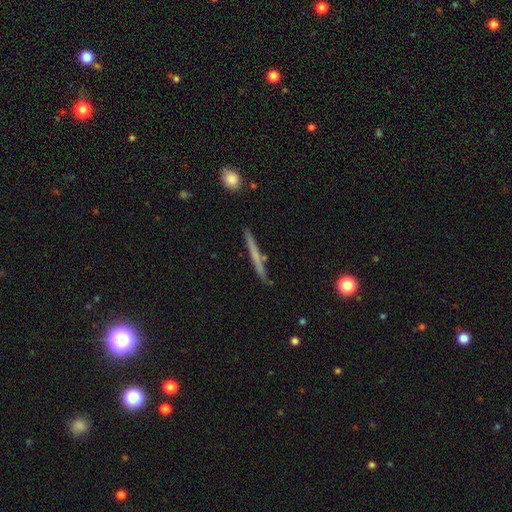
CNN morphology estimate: The model was most divided on "smooth or featured" (2-way tie): smooth: 47%, featured or disk: 47%, star or artifact: 6%. More confident: merging — none (85%).